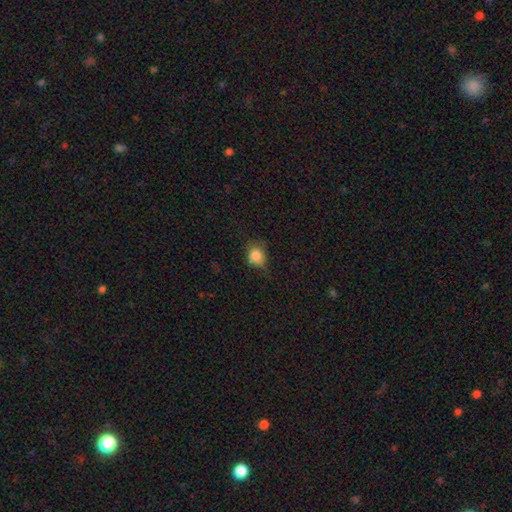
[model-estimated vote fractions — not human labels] Q: Smooth or featured?
A: smooth (83%); runner-up: star or artifact (10%)
Q: How rounded?
A: round (76%); runner-up: in between (23%)
Q: Merging?
A: none (64%); runner-up: minor disturbance (27%)